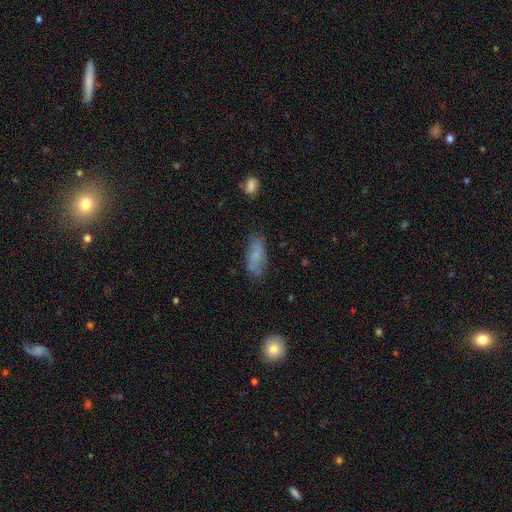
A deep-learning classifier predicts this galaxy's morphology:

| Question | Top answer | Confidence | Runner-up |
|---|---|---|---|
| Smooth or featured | smooth | 71% | featured or disk (20%) |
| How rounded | in between | 78% | cigar-shaped (19%) |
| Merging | none | 62% | minor disturbance (25%) |